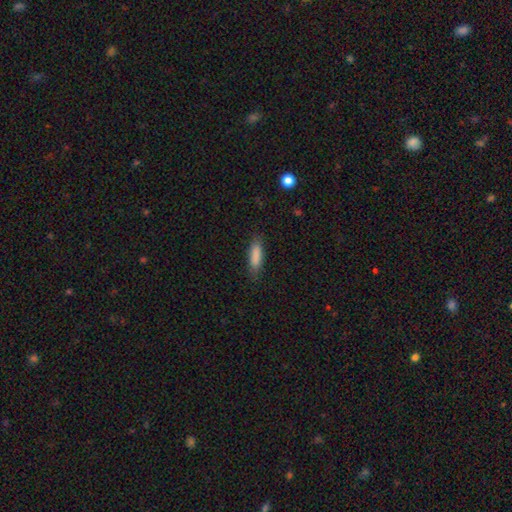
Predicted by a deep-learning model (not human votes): Smooth or featured: smooth — 87% (featured or disk — 7%)
How rounded: cigar-shaped — 54% (in between — 44%)
Merging: none — 83% (minor disturbance — 13%)